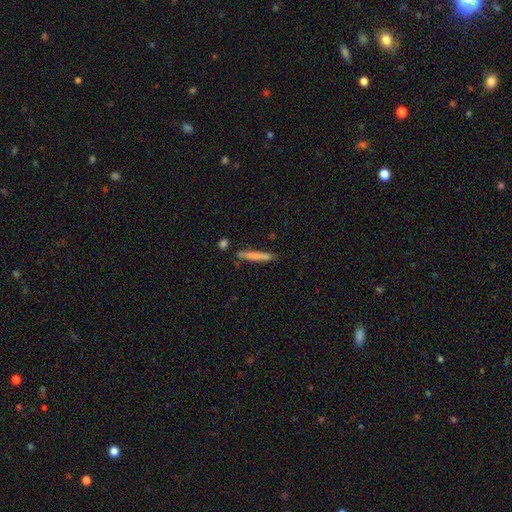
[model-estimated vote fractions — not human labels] Q: Smooth or featured?
A: smooth (73%); runner-up: featured or disk (21%)
Q: How rounded?
A: cigar-shaped (95%); runner-up: in between (3%)
Q: Merging?
A: none (82%); runner-up: minor disturbance (11%)